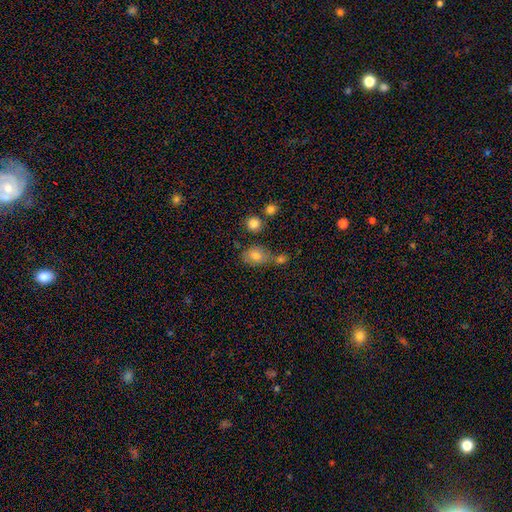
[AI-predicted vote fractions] Q: Smooth or featured?
A: smooth (77%); runner-up: star or artifact (12%)
Q: How rounded?
A: in between (52%); runner-up: round (46%)
Q: Merging?
A: none (53%); runner-up: merger (24%)